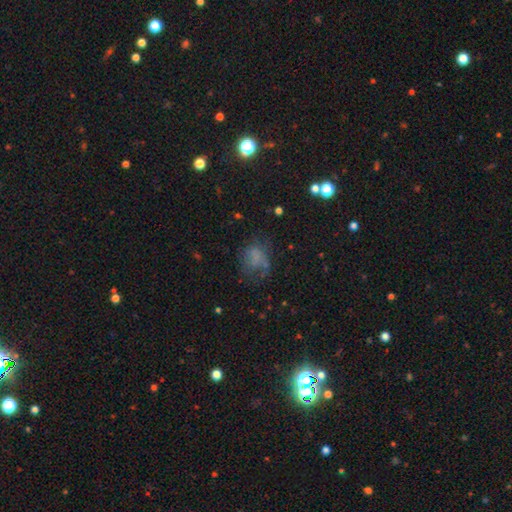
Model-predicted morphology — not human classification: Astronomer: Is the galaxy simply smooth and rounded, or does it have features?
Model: smooth — 53% (runner-up: featured or disk, 29%).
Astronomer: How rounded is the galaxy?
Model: in between — 59% (runner-up: round, 39%).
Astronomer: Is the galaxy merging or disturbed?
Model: none — 36%, tied with major disturbance at 36%.